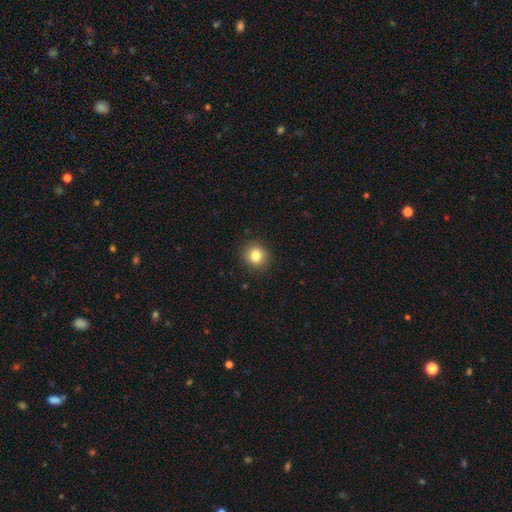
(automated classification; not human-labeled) A smooth galaxy with no disk features (82%) that is round (84%).

Vote fractions:
- Smooth or featured? smooth: 82% / star or artifact: 10% / featured or disk: 7%
- How rounded? round: 84% / in between: 15% / cigar-shaped: 1%
- Merging? none: 90% / minor disturbance: 7% / major disturbance: 2% / merger: 1%